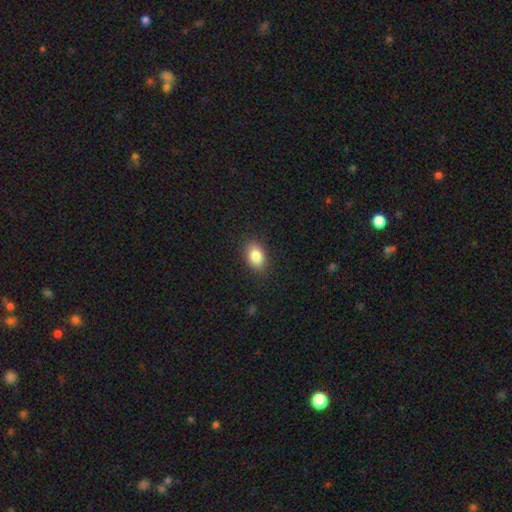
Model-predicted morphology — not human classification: This appears to be a smooth galaxy with no disk features (84%) that is in between round and cigar-shaped (80%). Merging: none (87%).